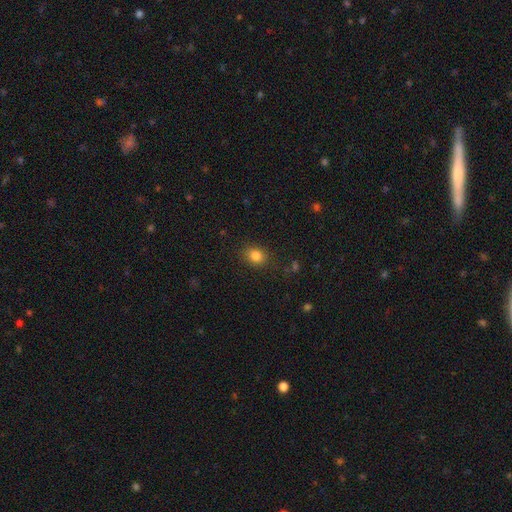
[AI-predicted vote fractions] This is clearly a smooth galaxy (84%). How rounded: possibly round (58%). Merging: clearly none (85%).